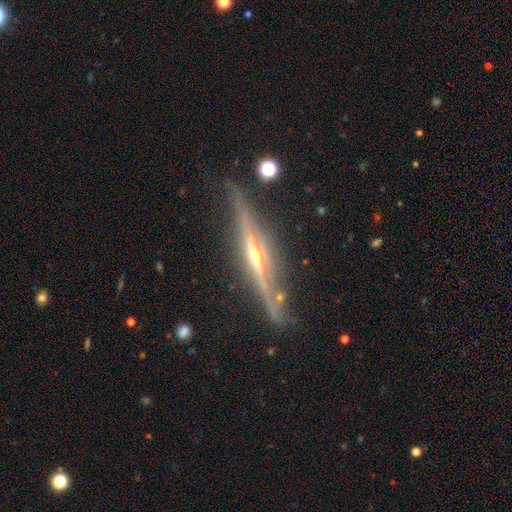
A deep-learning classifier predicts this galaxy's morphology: Smooth or featured? Predicted: featured or disk (p=0.87). Edge-on disk? Predicted: yes (p=0.97). Edge-on bulge? Predicted: rounded (p=0.83). Merging? Predicted: none (p=0.80).